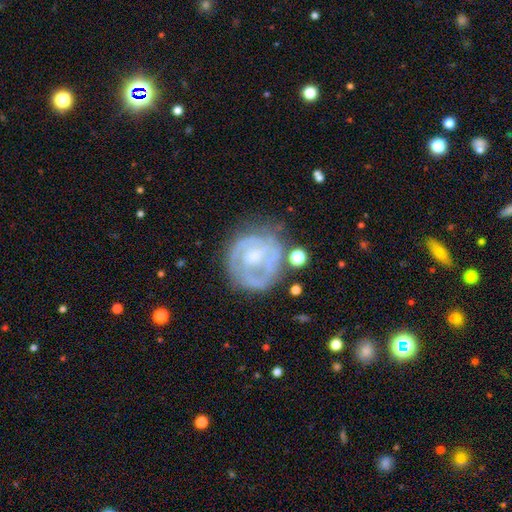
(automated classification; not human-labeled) The model was most divided on "bulge size": moderate: 37%, small: 34%, none: 20%, large: 7%, dominant: 2%. Remaining: edge-on disk — no (97%); smooth or featured — featured or disk (74%); spiral arms — yes (70%); spiral winding — tight (63%); merging — none (60%); bar — no (59%); spiral arm count — can't tell (37%).